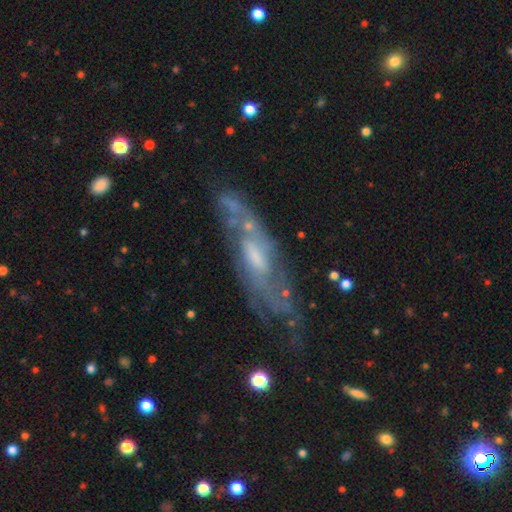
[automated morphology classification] A featured or disk galaxy (79%) with a weak bar (45%), 2 (42%) medium (44%) spiral arms (86%) and a moderate central bulge (44%).

Vote fractions:
- Smooth or featured? featured or disk: 79% / smooth: 14% / star or artifact: 7%
- Edge-on disk? no: 79% / yes: 21%
- Bar? weak: 45% / no: 41% / strong: 14%
- Spiral arms? yes: 86% / no: 14%
- Spiral winding? medium: 44% / tight: 33% / loose: 22%
- Spiral arm count? 2: 42% / can't tell: 38% / 3: 7% / 1: 5% / 4: 4% / more than 4: 3%
- Bulge size? moderate: 44% / small: 32% / none: 13% / large: 10% / dominant: 2%
- Merging? none: 60% / minor disturbance: 21% / major disturbance: 14% / merger: 4%